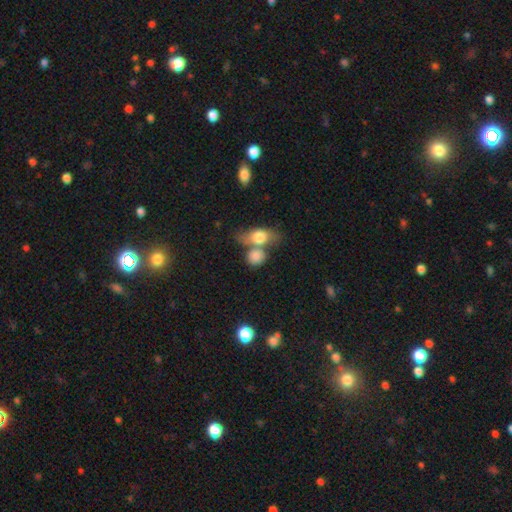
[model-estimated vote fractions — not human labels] Overall: smooth (79%). How rounded: round (61%; in between 35%). Merging: merger (46%; none 39%).